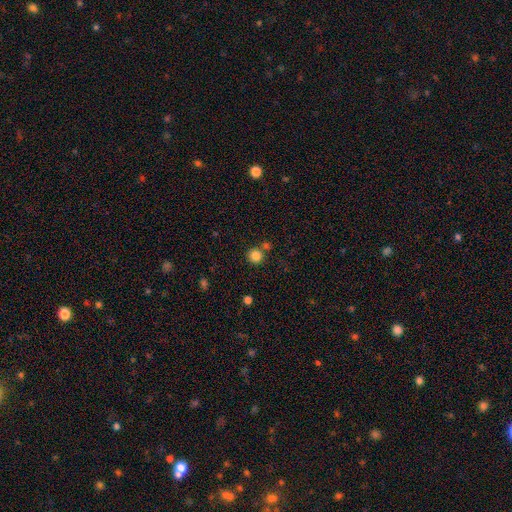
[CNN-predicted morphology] Smooth or featured? Predicted: smooth (p=0.84). How rounded? Predicted: round (p=0.93). Merging? Predicted: none (p=0.74).